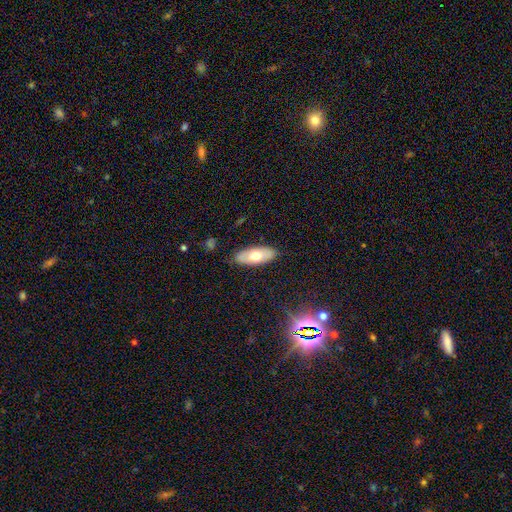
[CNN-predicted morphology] Overall: smooth (60%; featured or disk 33%). How rounded: in between (85%). Merging: none (85%).